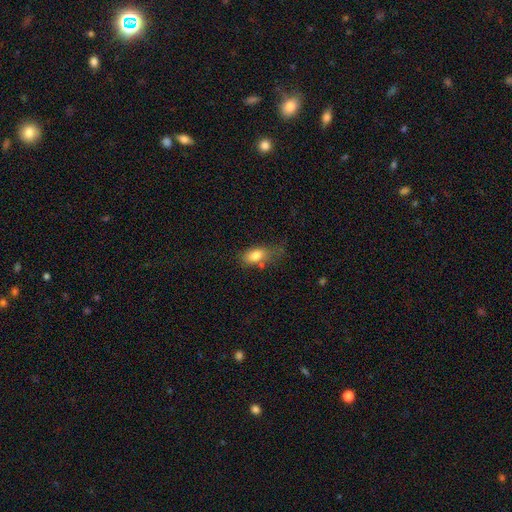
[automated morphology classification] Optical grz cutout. It shows a smooth galaxy with no disk features (80%) that is in between round and cigar-shaped (85%). Merging: none (45%).